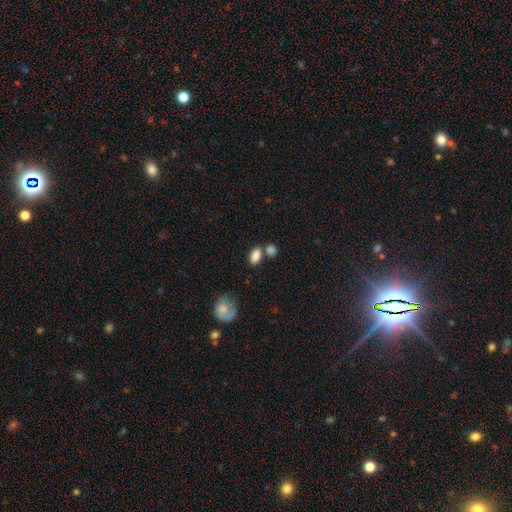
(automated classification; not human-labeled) Smooth or featured? Predicted: smooth (p=0.86). How rounded? Predicted: in between (p=0.89). Merging? Predicted: none (p=0.57).